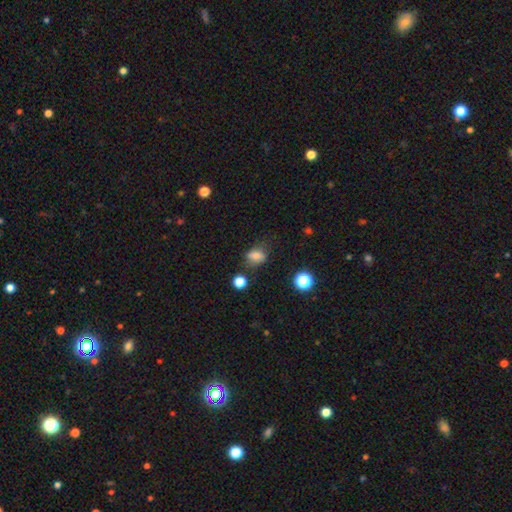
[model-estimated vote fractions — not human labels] This is likely a smooth galaxy (76%). How rounded: likely in between (67%). Merging: likely none (60%).